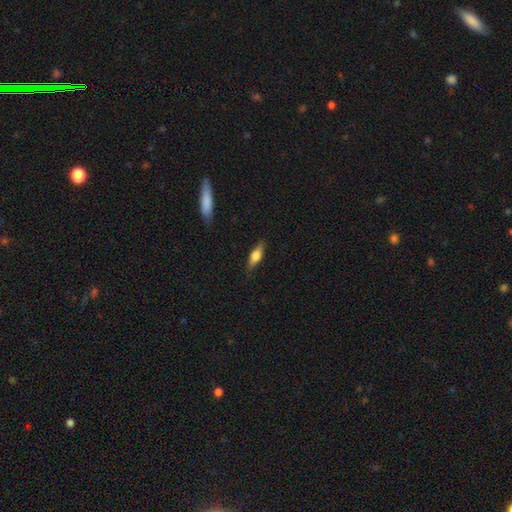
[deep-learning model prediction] Q: Smooth or featured?
A: smooth (62%); runner-up: featured or disk (31%)
Q: How rounded?
A: in between (58%); runner-up: cigar-shaped (38%)
Q: Merging?
A: none (83%); runner-up: minor disturbance (13%)